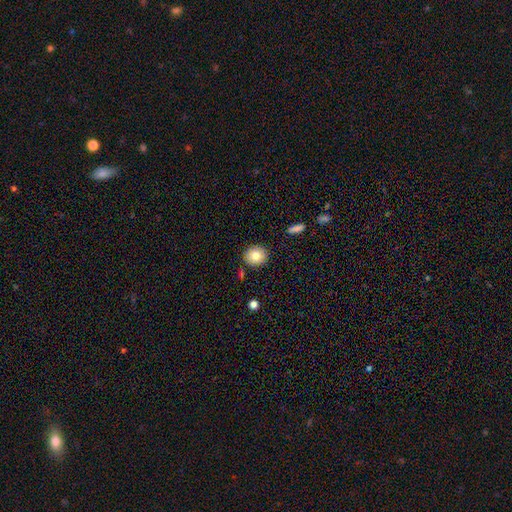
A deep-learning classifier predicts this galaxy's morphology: Smooth or featured: smooth — 82% (featured or disk — 9%)
How rounded: round — 82% (in between — 17%)
Merging: none — 86% (minor disturbance — 9%)